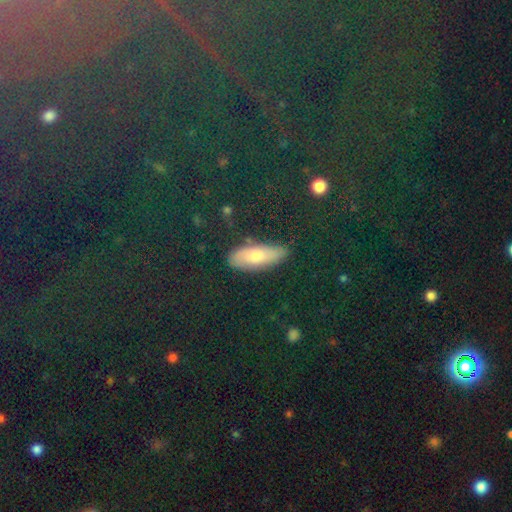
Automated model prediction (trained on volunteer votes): A smooth galaxy with no disk features (57%) that is in between round and cigar-shaped (59%).

Vote fractions:
- Smooth or featured? smooth: 57% / star or artifact: 23% / featured or disk: 20%
- How rounded? in between: 59% / cigar-shaped: 33% / round: 8%
- Merging? none: 86% / minor disturbance: 10% / major disturbance: 3% / merger: 2%